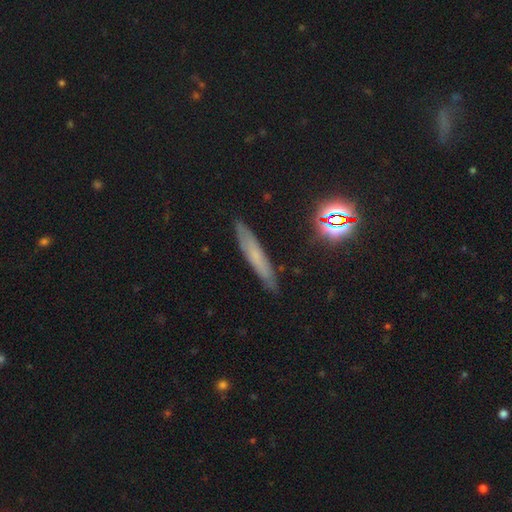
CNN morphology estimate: The model was most divided on "smooth or featured": smooth: 49%, featured or disk: 35%, star or artifact: 16%. More confident: merging — none (86%).